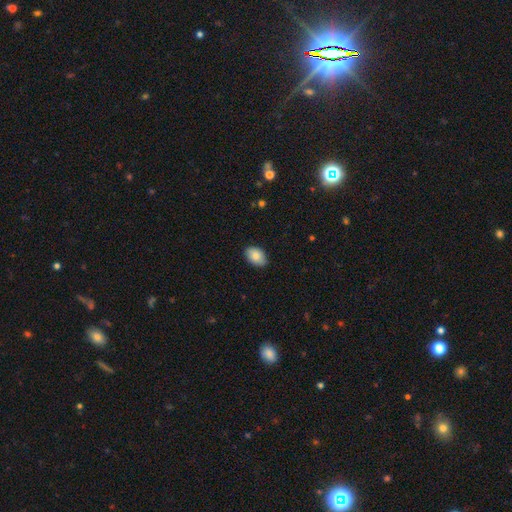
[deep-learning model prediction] Overall: smooth (84%). How rounded: in between (87%). Merging: none (84%).